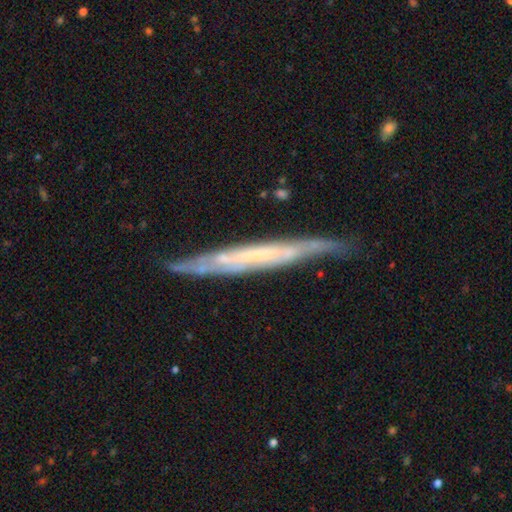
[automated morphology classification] Smooth or featured? Predicted: featured or disk (p=0.70). Edge-on disk? Predicted: yes (p=0.84). Edge-on bulge? Predicted: none (p=0.79). Merging? Predicted: none (p=0.74).